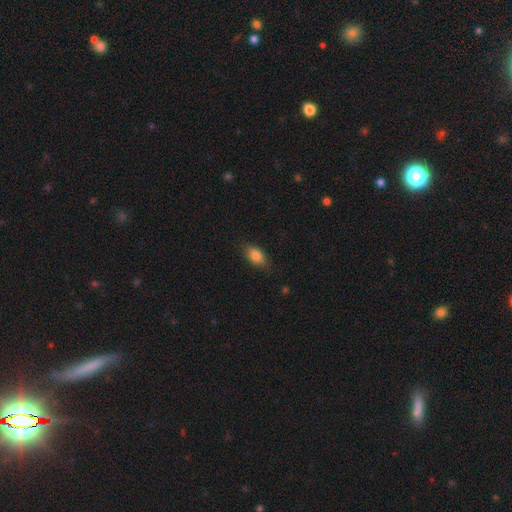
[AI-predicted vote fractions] This is clearly a smooth galaxy (83%). How rounded: clearly in between (87%). Merging: clearly none (82%).